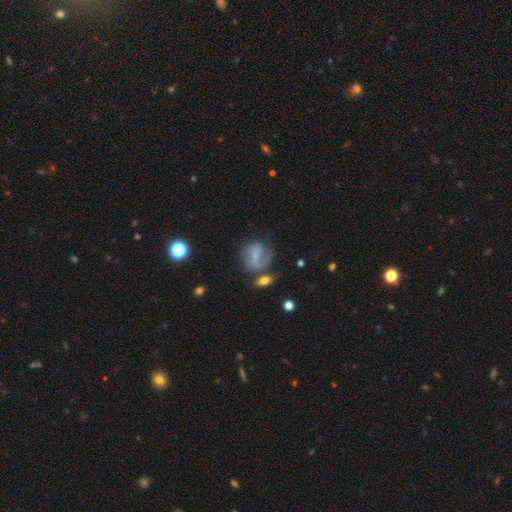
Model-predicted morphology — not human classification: Smooth or featured?
  - featured or disk: 58% *
  - smooth: 32%
  - star or artifact: 10%
Edge-on disk?
  - no: 96% *
  - yes: 4%
Bar?
  - weak: 43% *
  - strong: 31%
  - no: 26%
Spiral arms?
  - yes: 82% *
  - no: 18%
Bulge size?
  - small: 42% *
  - none: 40%
  - moderate: 15%
  - large: 2%
  - dominant: 1%
Merging?
  - none: 56% *
  - minor disturbance: 21%
  - major disturbance: 14%
  - merger: 9%